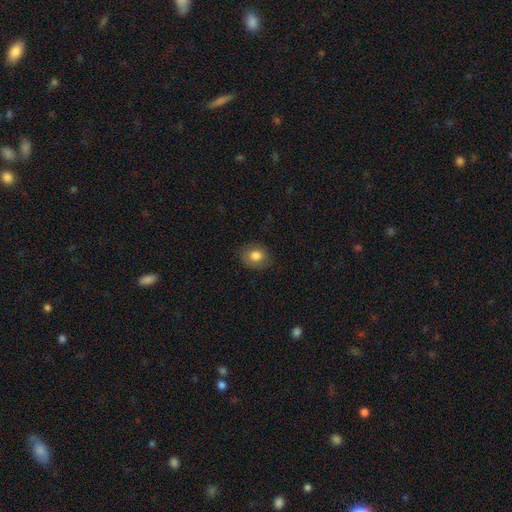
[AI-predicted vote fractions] Smooth or featured? smooth (81%)
How rounded? round (59%)
Merging? none (83%)